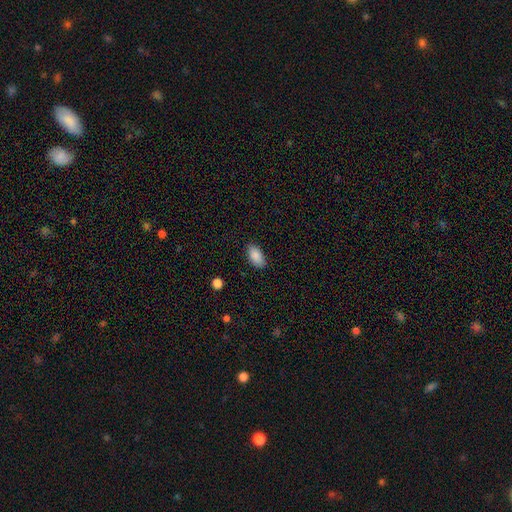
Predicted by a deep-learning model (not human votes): Q: Smooth or featured?
A: smooth (88%); runner-up: star or artifact (7%)
Q: How rounded?
A: in between (93%); runner-up: cigar-shaped (5%)
Q: Merging?
A: none (86%); runner-up: minor disturbance (10%)